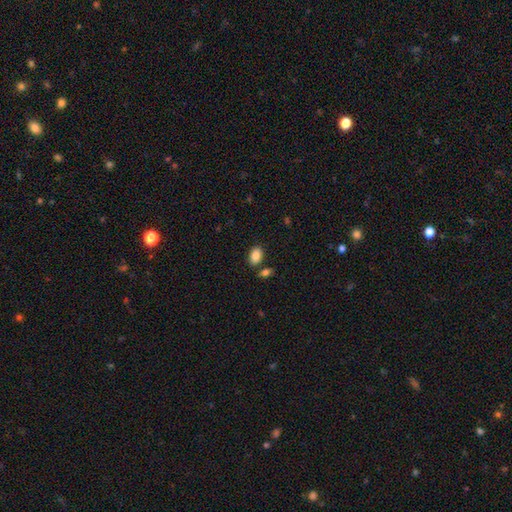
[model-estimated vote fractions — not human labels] Smooth or featured?
  - smooth: 87% *
  - star or artifact: 8%
  - featured or disk: 5%
How rounded?
  - in between: 88% *
  - round: 10%
  - cigar-shaped: 1%
Merging?
  - none: 77% *
  - minor disturbance: 10%
  - merger: 9%
  - major disturbance: 3%